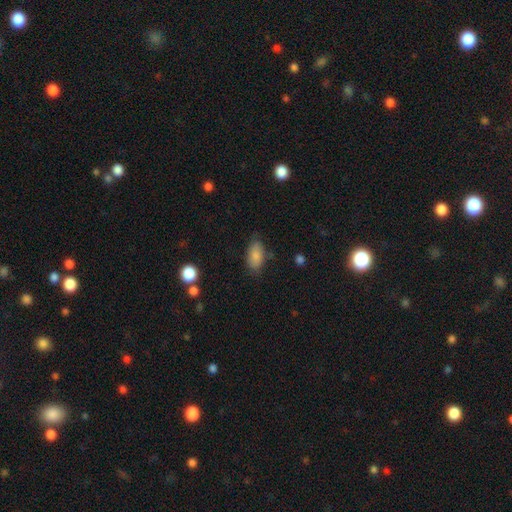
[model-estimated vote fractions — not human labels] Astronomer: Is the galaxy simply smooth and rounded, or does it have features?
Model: smooth — 84%.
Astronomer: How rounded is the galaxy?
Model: in between — 92%.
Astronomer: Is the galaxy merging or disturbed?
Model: none — 73%.